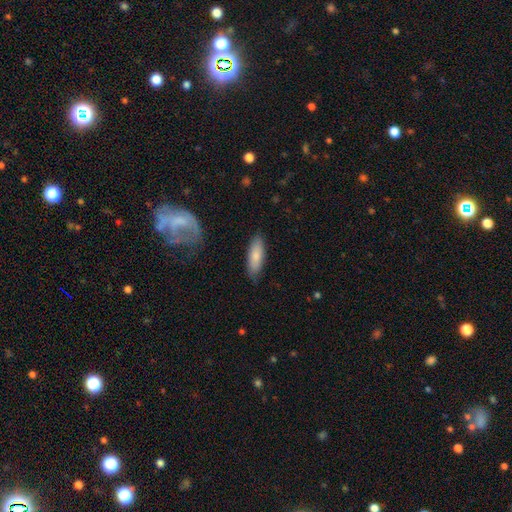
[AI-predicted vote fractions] smooth 79%, featured or disk 15%, star or artifact 6%. Down the decision tree: how rounded — in between (57%); merging — none (81%).